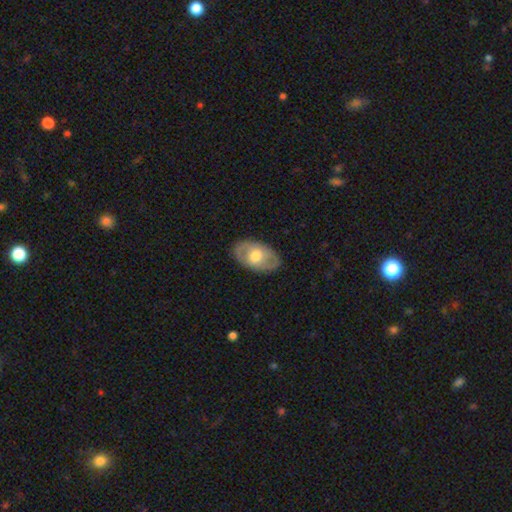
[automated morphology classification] The model was most divided on "smooth or featured": featured or disk: 51%, smooth: 44%, star or artifact: 5%. More confident: edge-on disk — no (90%); merging — none (83%).